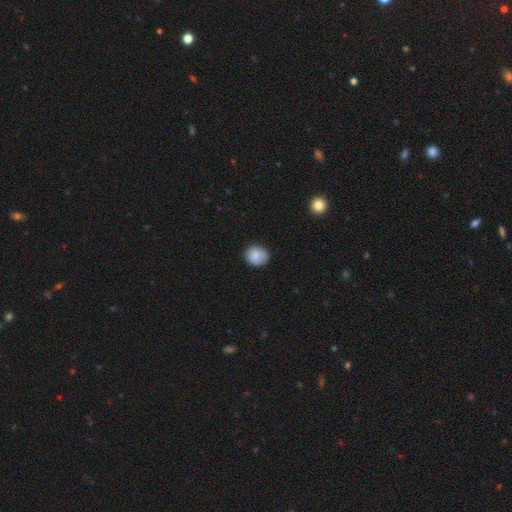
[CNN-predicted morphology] smooth 86%, star or artifact 8%, featured or disk 6%. Down the decision tree: how rounded — round (79%); merging — none (80%).